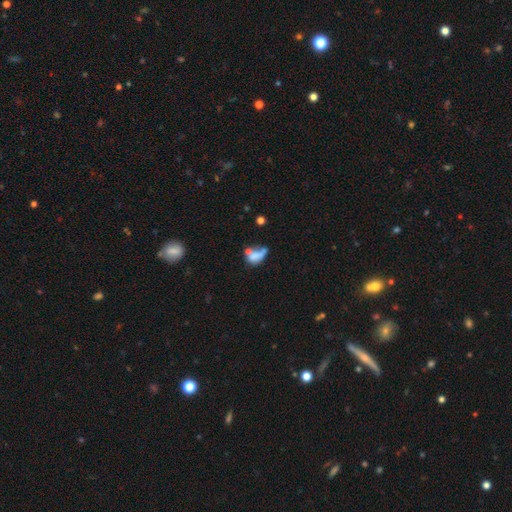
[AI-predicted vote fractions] Smooth or featured: smooth — 60% (featured or disk — 28%)
How rounded: in between — 81% (round — 14%)
Merging: merger — 37% (major disturbance — 24%)